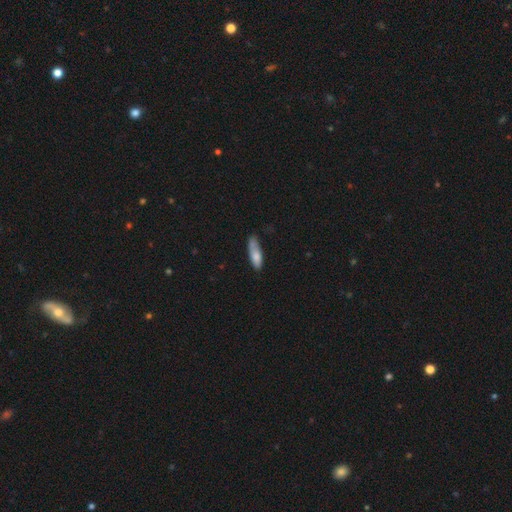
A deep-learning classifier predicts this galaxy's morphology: Smooth or featured? Predicted: smooth (p=0.77). How rounded? Predicted: in between (p=0.50). Merging? Predicted: none (p=0.49).